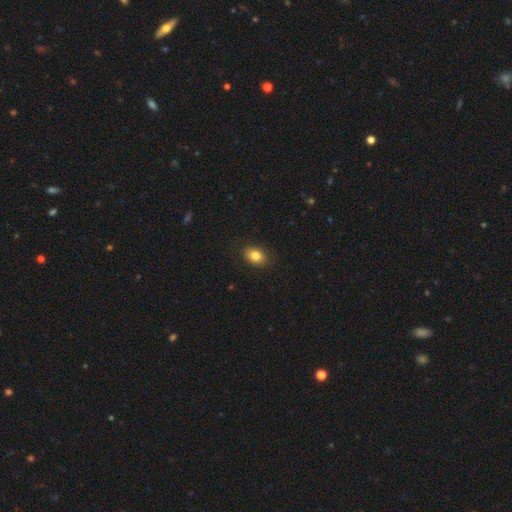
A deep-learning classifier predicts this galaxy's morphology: Smooth or featured: smooth — 84% (star or artifact — 9%)
How rounded: in between — 73% (round — 26%)
Merging: none — 88% (minor disturbance — 9%)